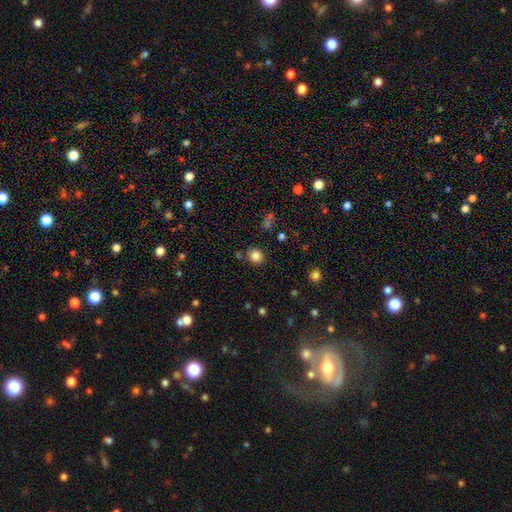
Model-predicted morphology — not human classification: A smooth galaxy with no disk features (83%) that is round (85%).

Vote fractions:
- Smooth or featured? smooth: 83% / star or artifact: 12% / featured or disk: 4%
- How rounded? round: 85% / in between: 14% / cigar-shaped: 1%
- Merging? none: 82% / minor disturbance: 10% / merger: 4% / major disturbance: 3%